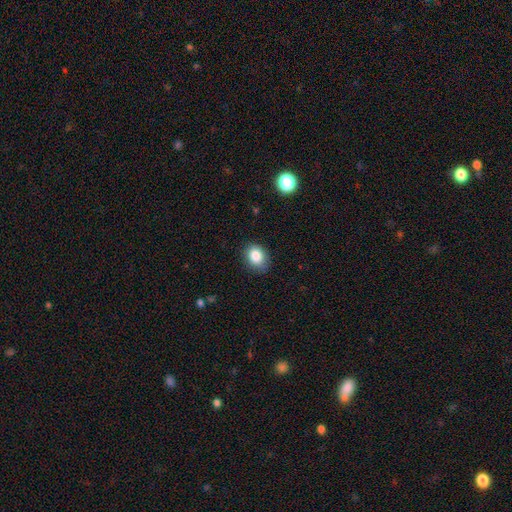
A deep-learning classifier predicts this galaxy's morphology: This appears to be a smooth galaxy with no disk features (85%) that is in between round and cigar-shaped (56%). Merging: none (82%).